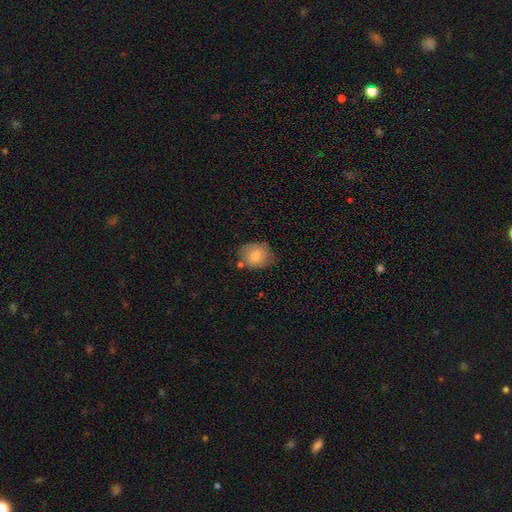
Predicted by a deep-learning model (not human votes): Q: Smooth or featured?
A: smooth (73%); runner-up: featured or disk (19%)
Q: How rounded?
A: round (53%); runner-up: in between (46%)
Q: Merging?
A: none (65%); runner-up: minor disturbance (23%)